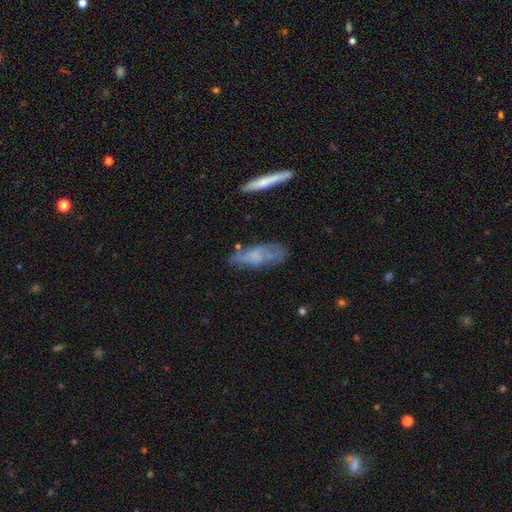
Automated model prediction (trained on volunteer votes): A featured or disk galaxy (46%, tied with smooth).

Vote fractions:
- Smooth or featured? featured or disk: 46% (tied) / smooth: 46% (tied) / star or artifact: 8%
- Merging? none: 59% / minor disturbance: 25% / major disturbance: 11% / merger: 5%